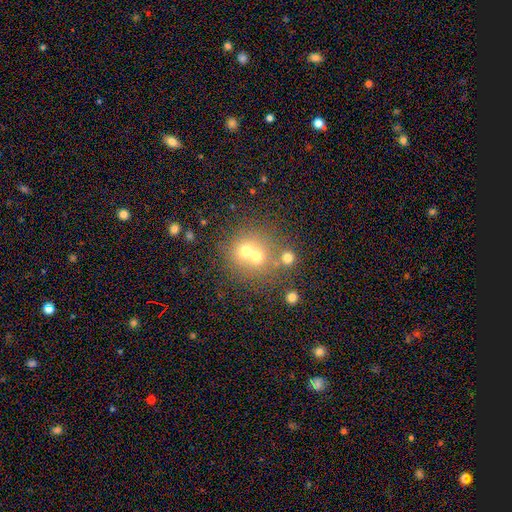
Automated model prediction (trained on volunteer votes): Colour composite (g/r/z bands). It shows a smooth galaxy with no disk features (55%) that is round (84%). Merging: merger (46%).